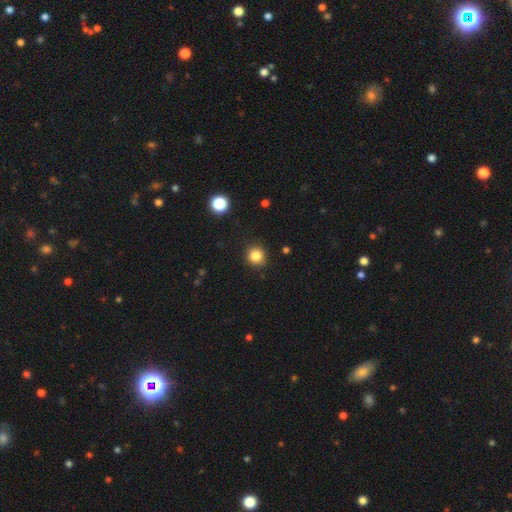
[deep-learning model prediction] Smooth or featured? smooth (84%)
How rounded? round (91%)
Merging? none (90%)